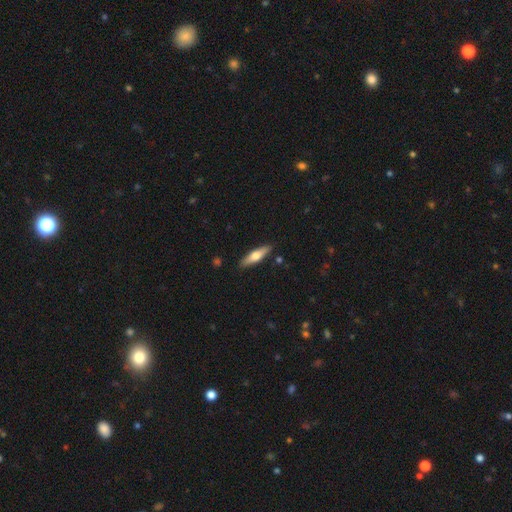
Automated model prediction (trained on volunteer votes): A smooth galaxy with no disk features (49%). Merging: none (89%).